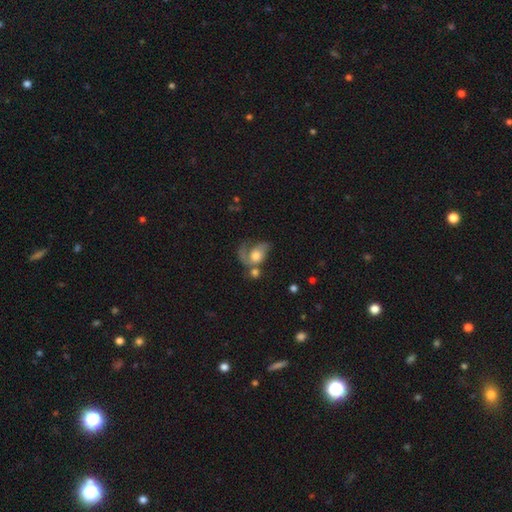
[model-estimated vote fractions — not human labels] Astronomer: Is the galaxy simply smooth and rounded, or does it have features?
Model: featured or disk — 55% (runner-up: smooth, 36%).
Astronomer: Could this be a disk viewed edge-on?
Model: no — 97%.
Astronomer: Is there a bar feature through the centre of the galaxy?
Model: no — 78%.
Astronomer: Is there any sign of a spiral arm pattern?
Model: yes — 74%.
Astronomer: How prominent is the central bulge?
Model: moderate — 49% (runner-up: large, 31%).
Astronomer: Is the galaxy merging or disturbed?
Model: major disturbance — 36% (runner-up: merger, 27%).